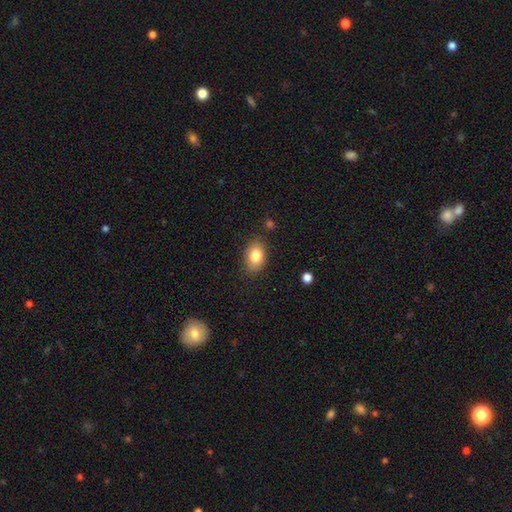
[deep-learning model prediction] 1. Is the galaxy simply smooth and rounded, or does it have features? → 83% smooth, 9% featured or disk, 8% star or artifact.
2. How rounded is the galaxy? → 83% in between, 15% round, 1% cigar-shaped.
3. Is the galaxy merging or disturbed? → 84% none, 12% minor disturbance, 3% major disturbance, 2% merger.